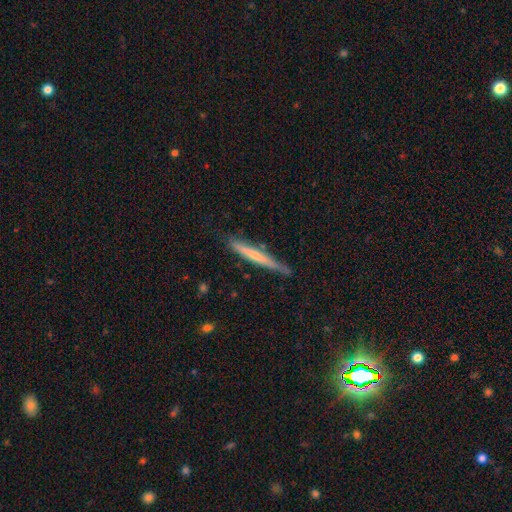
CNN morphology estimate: Smooth or featured? Predicted: smooth (p=0.52). How rounded? Predicted: cigar-shaped (p=0.96). Merging? Predicted: none (p=0.74).